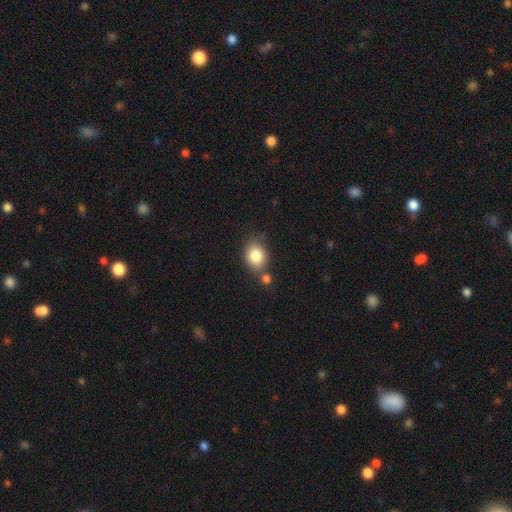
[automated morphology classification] Smooth or featured?
  - smooth: 84% *
  - star or artifact: 9%
  - featured or disk: 8%
How rounded?
  - in between: 50% *
  - round: 49%
  - cigar-shaped: 1%
Merging?
  - none: 62% *
  - merger: 19%
  - minor disturbance: 15%
  - major disturbance: 4%